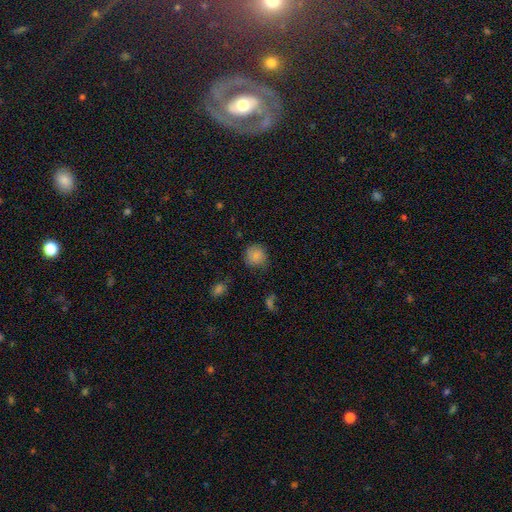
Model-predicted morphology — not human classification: This appears to be a smooth galaxy with no disk features (83%) that is round (87%). Merging: none (74%).